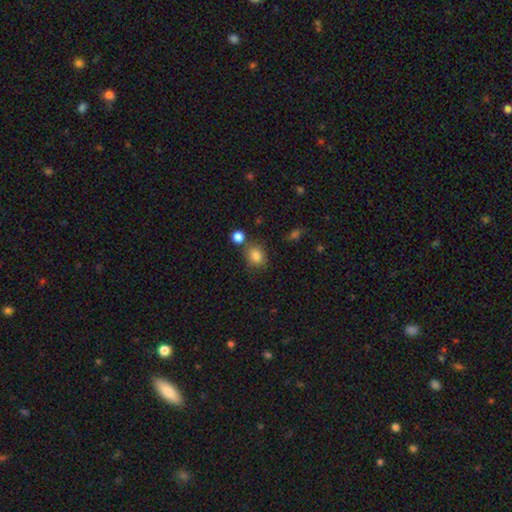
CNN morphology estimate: Smooth or featured? smooth (83%)
How rounded? round (66%)
Merging? none (73%)